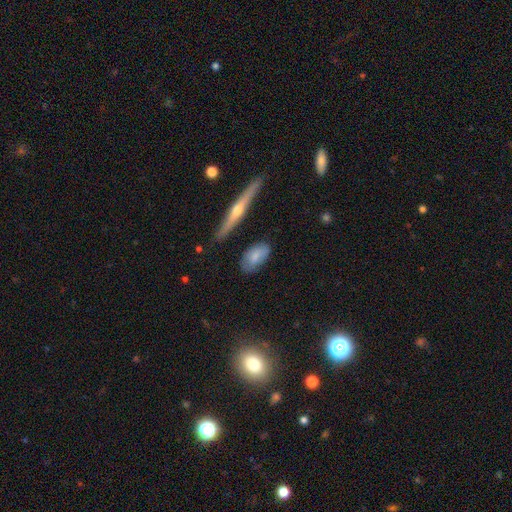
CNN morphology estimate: smooth 73%, featured or disk 21%, star or artifact 6%. Down the decision tree: how rounded — in between (89%); merging — none (73%).